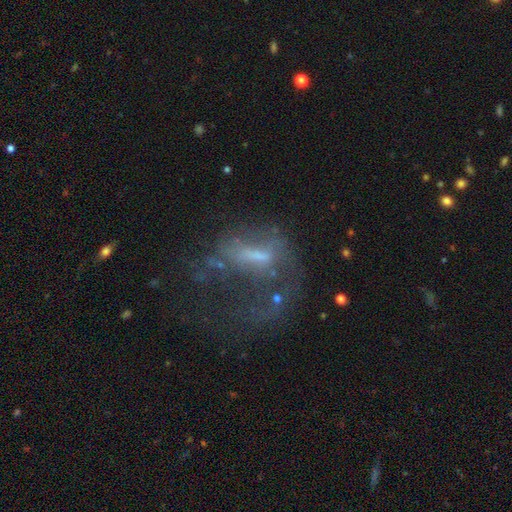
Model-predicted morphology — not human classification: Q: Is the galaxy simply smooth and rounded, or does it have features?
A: featured or disk — 54%.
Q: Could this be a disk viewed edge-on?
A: no — 90%.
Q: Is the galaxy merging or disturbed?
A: major disturbance — 52%.